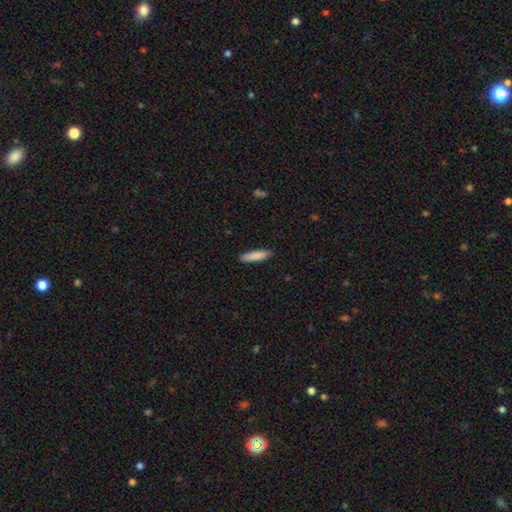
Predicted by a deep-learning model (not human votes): Overall: smooth (86%). How rounded: cigar-shaped (79%). Merging: none (89%).